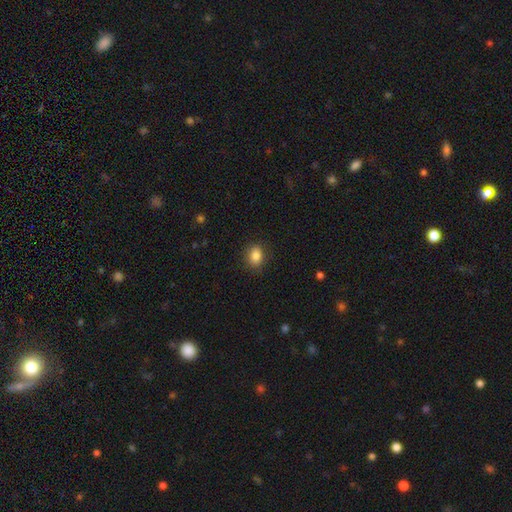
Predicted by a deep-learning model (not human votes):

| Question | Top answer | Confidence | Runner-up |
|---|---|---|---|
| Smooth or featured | smooth | 85% | star or artifact (9%) |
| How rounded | in between | 60% | round (39%) |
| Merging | none | 88% | minor disturbance (9%) |